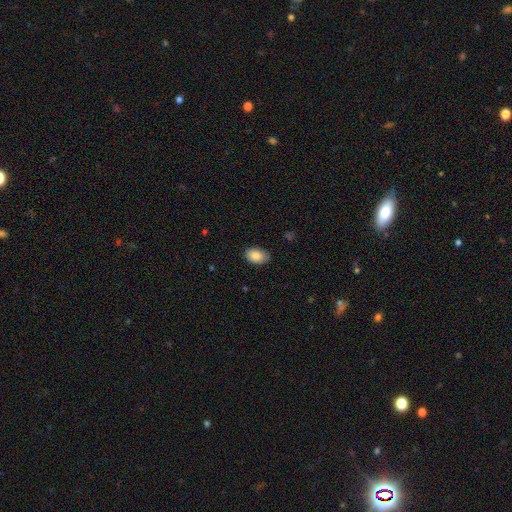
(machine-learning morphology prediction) Smooth or featured: smooth — 87% (star or artifact — 7%)
How rounded: in between — 89% (round — 9%)
Merging: none — 82% (minor disturbance — 14%)